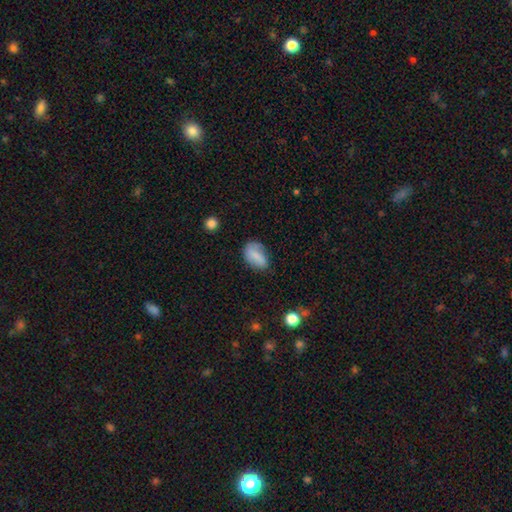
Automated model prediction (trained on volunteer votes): Smooth or featured? smooth (77%)
How rounded? in between (88%)
Merging? none (59%)